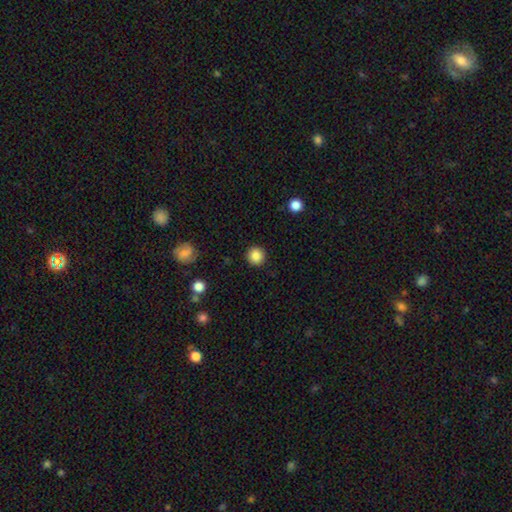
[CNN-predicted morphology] Smooth or featured? Predicted: smooth (p=0.86). How rounded? Predicted: round (p=0.95). Merging? Predicted: none (p=0.92).